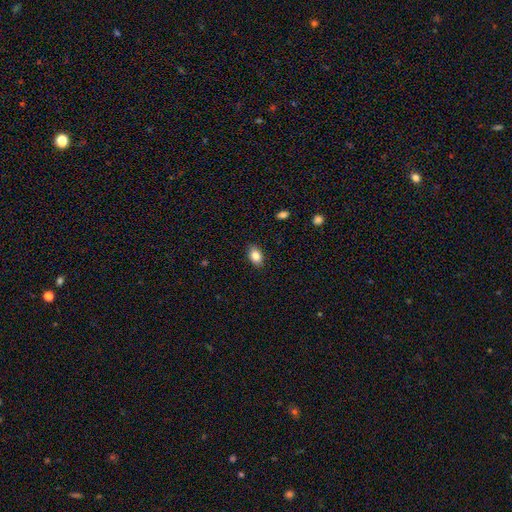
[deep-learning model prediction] Smooth or featured? Predicted: smooth (p=0.83). How rounded? Predicted: in between (p=0.82). Merging? Predicted: none (p=0.88).